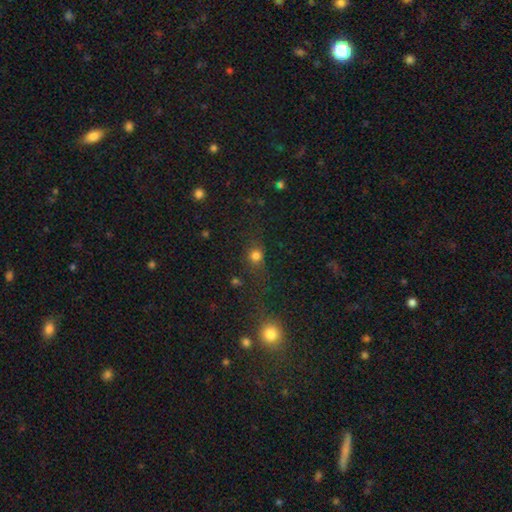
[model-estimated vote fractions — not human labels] Morphology: type=smooth (73%); roundness=round (78%); merging=none (68%).